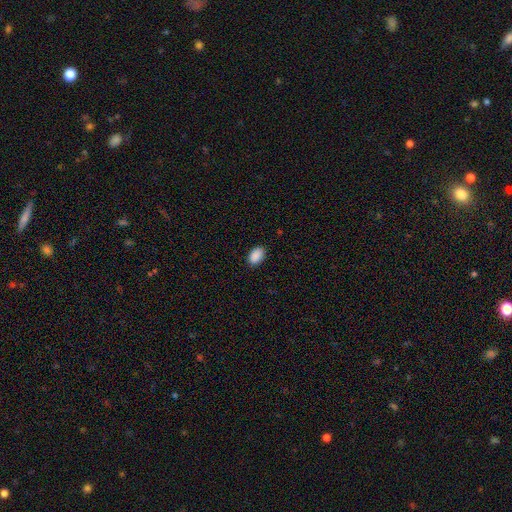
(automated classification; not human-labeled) smooth 90%, star or artifact 7%, featured or disk 3%. Down the decision tree: how rounded — in between (90%); merging — none (86%).